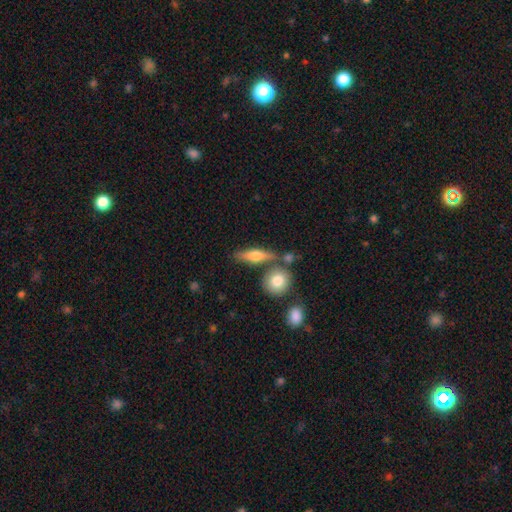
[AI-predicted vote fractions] Q: Smooth or featured?
A: smooth (55%); runner-up: featured or disk (38%)
Q: How rounded?
A: cigar-shaped (47%); runner-up: in between (42%)
Q: Merging?
A: none (68%); runner-up: merger (15%)